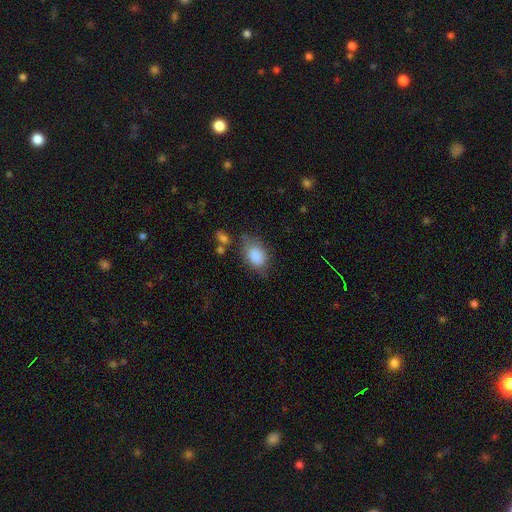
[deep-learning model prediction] This appears to be a smooth galaxy with no disk features (86%) that is in between round and cigar-shaped (80%). Merging: none (64%).